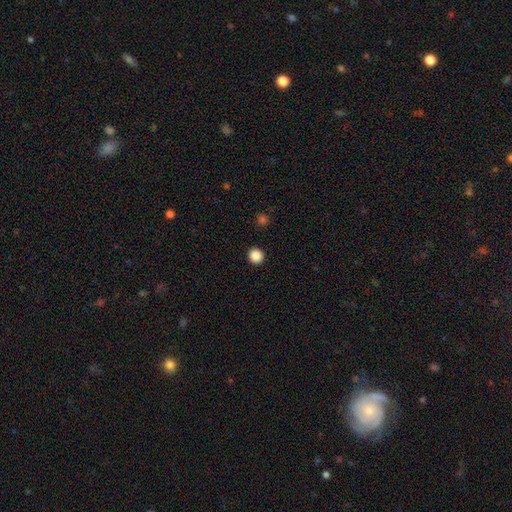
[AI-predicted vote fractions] smooth-or-featured: smooth: 87% | star or artifact: 11% | featured or disk: 3%
  how-rounded: round: 93% | in between: 6% | cigar-shaped: 1%
  merging: none: 93% | minor disturbance: 4% | major disturbance: 2% | merger: 1%